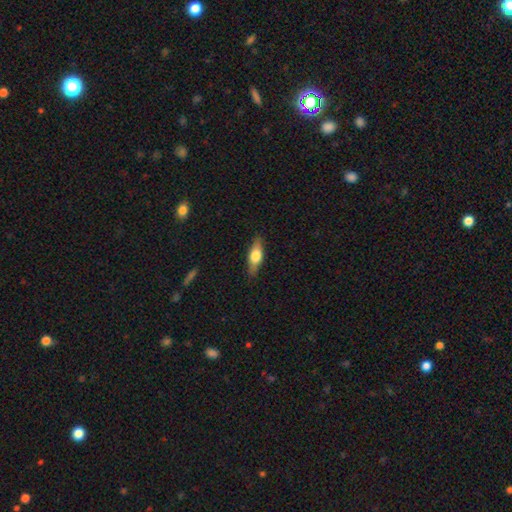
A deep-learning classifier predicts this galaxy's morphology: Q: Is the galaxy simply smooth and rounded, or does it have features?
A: smooth — 59%.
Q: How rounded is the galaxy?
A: in between — 58%.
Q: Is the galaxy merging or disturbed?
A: none — 86%.